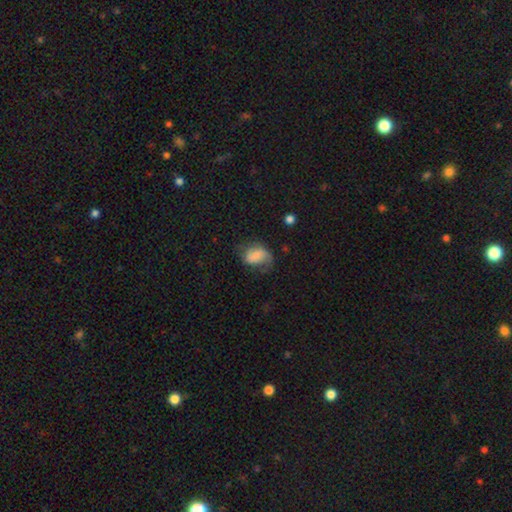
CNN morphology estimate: Smooth or featured? Predicted: smooth (p=0.66). How rounded? Predicted: in between (p=0.80). Merging? Predicted: none (p=0.42).